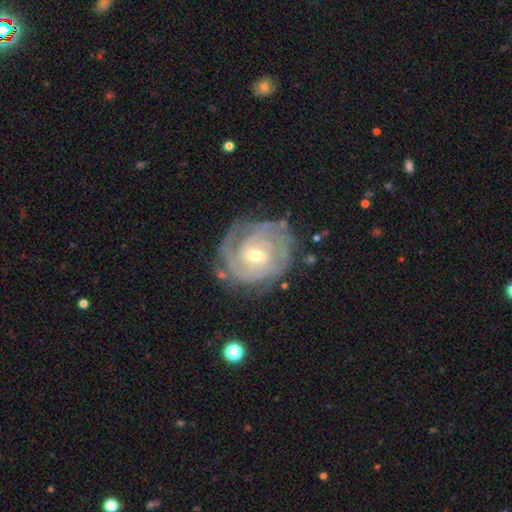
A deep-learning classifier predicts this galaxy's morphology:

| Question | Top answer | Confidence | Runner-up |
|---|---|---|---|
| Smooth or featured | featured or disk | 86% | smooth (9%) |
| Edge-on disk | no | 97% | yes (3%) |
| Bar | weak | 49% | no (38%) |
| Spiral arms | yes | 95% | no (5%) |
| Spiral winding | tight | 75% | medium (20%) |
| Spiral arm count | can't tell | 35% | 2 (25%) |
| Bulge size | small | 50% | moderate (47%) |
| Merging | none | 71% | minor disturbance (19%) |